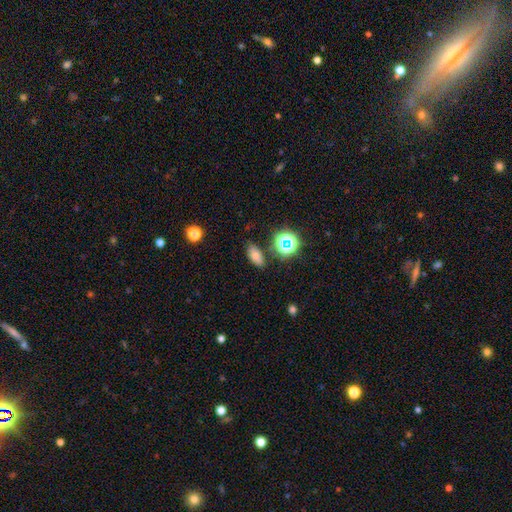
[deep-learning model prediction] Q: Smooth or featured?
A: smooth (75%); runner-up: star or artifact (18%)
Q: How rounded?
A: in between (85%); runner-up: round (9%)
Q: Merging?
A: none (80%); runner-up: minor disturbance (13%)